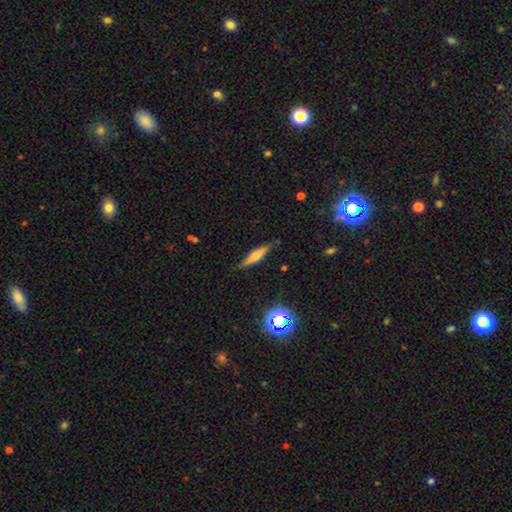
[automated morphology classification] This appears to be a featured or disk galaxy (49%). Merging: none (83%).